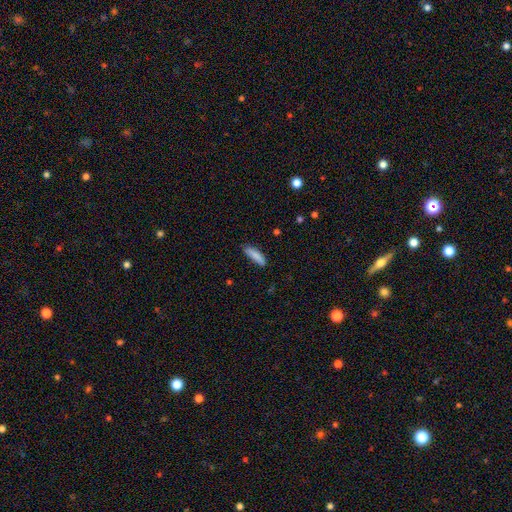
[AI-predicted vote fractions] smooth_or_featured: smooth (p=0.86) [alt: featured or disk p=0.08]
how_rounded: cigar-shaped (p=0.67) [alt: in between p=0.32]
merging: none (p=0.78) [alt: minor disturbance p=0.17]